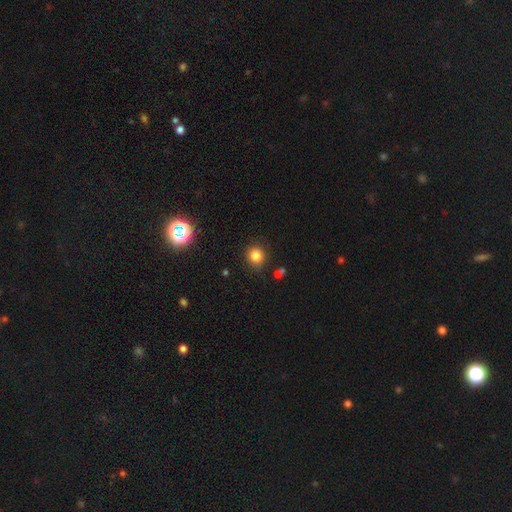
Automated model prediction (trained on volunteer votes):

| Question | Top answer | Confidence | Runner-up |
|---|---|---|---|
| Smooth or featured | smooth | 81% | star or artifact (13%) |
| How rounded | round | 88% | in between (11%) |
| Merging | none | 86% | minor disturbance (9%) |